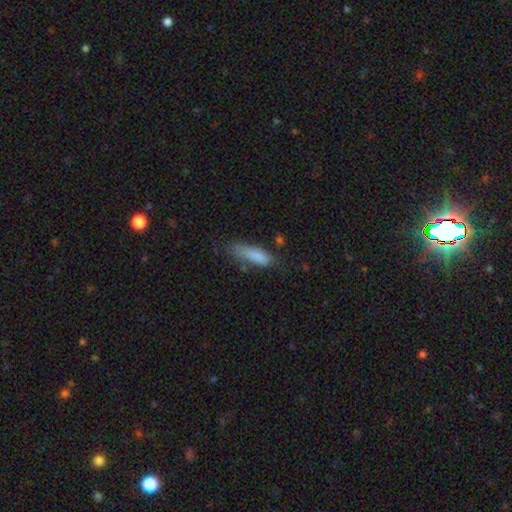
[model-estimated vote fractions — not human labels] Smooth or featured? Predicted: smooth (p=0.83). How rounded? Predicted: in between (p=0.52). Merging? Predicted: none (p=0.55).